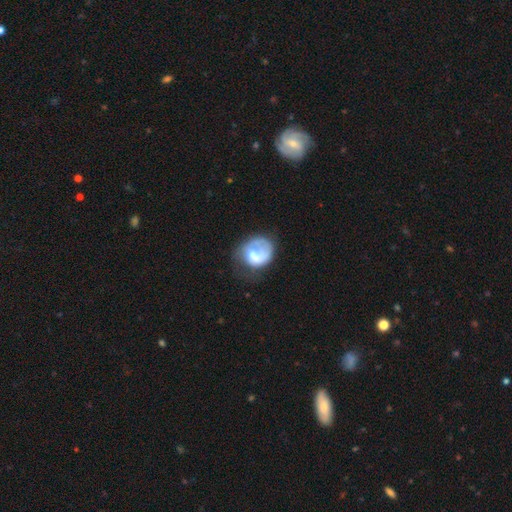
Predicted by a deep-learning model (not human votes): This is possibly a smooth galaxy (49%). Merging: marginally major disturbance (36%).